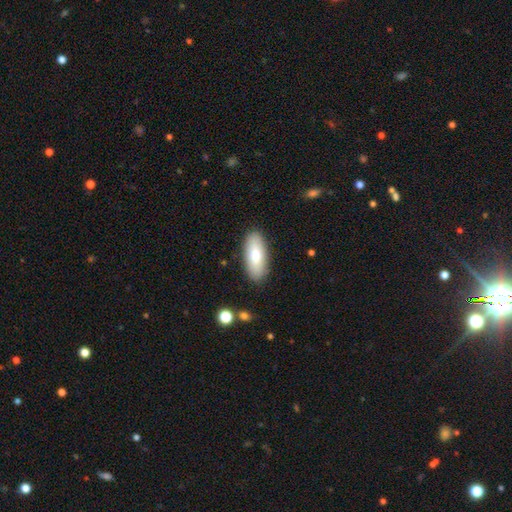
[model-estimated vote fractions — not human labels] Morphology: type=smooth (73%); roundness=in between (81%); merging=none (88%).